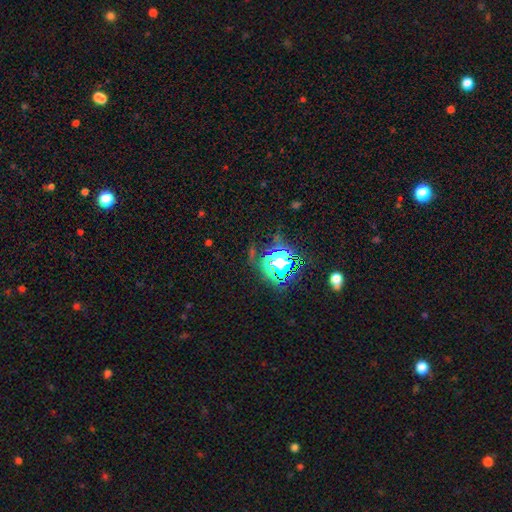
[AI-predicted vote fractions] star or artifact 79%, smooth 13%, featured or disk 8%.